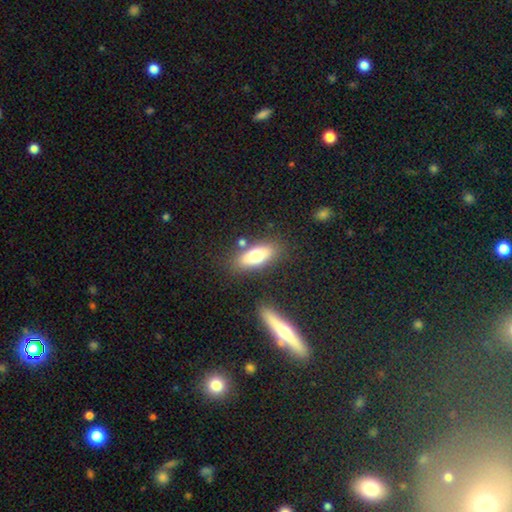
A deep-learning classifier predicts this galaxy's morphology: The model was most divided on "how rounded": in between: 73%, cigar-shaped: 23%, round: 3%. More confident: merging — none (78%); smooth or featured — smooth (73%).